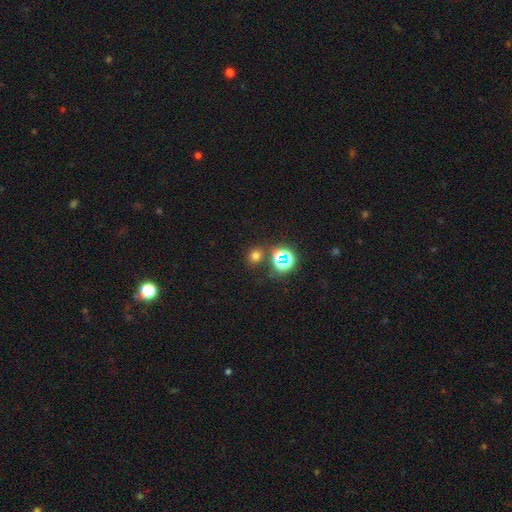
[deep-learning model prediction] Smooth or featured: smooth — 65% (star or artifact — 28%)
How rounded: round — 78% (in between — 21%)
Merging: none — 80% (minor disturbance — 8%)